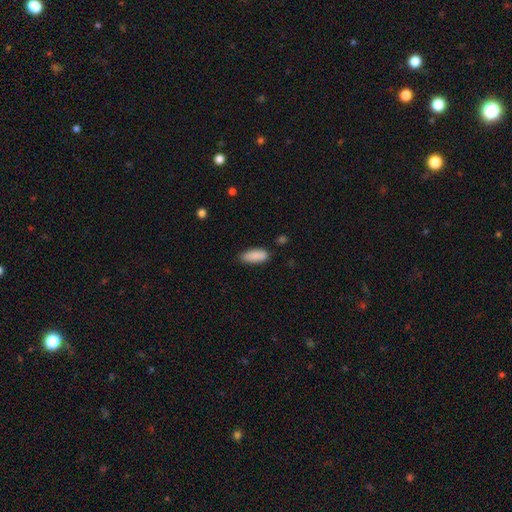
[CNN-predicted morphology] Q: Smooth or featured?
A: smooth (90%); runner-up: star or artifact (7%)
Q: How rounded?
A: in between (79%); runner-up: cigar-shaped (20%)
Q: Merging?
A: none (80%); runner-up: minor disturbance (16%)